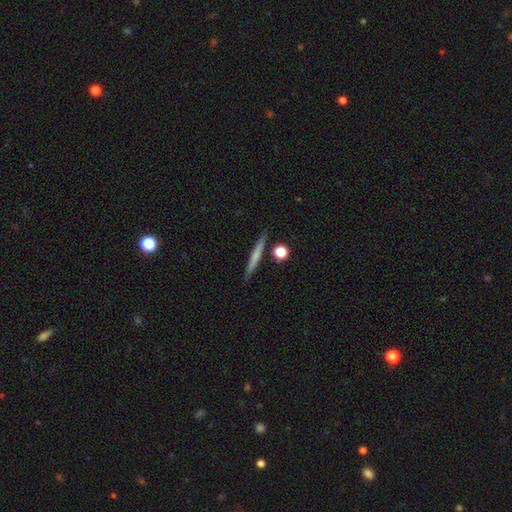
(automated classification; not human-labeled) Smooth or featured: smooth — 56% (featured or disk — 37%)
How rounded: cigar-shaped — 92% (in between — 4%)
Merging: none — 86% (minor disturbance — 8%)